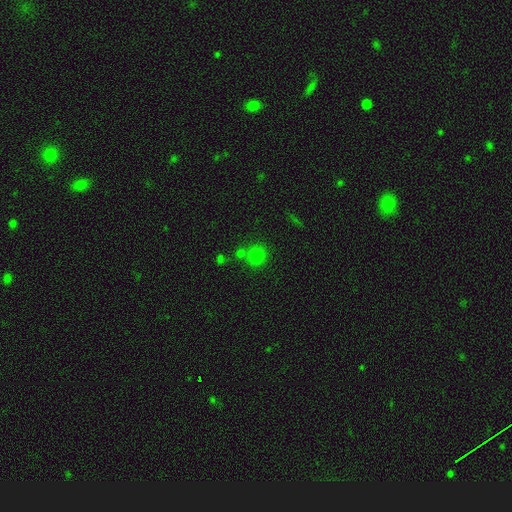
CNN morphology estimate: Overall: smooth (75%). How rounded: round (90%). Merging: none (70%).